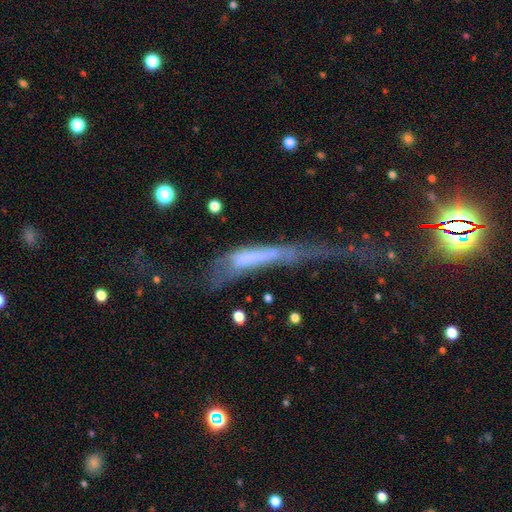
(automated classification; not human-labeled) smooth_or_featured: featured or disk (p=0.45) [alt: smooth p=0.42]
merging: major disturbance (p=0.60) [alt: minor disturbance p=0.15]